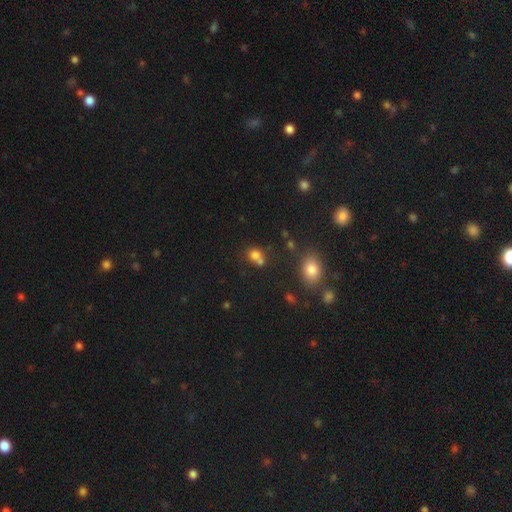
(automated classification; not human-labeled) The model was most divided on "merging": merger: 44%, none: 42%, minor disturbance: 10%, major disturbance: 4%. More confident: smooth or featured — smooth (74%); how rounded — round (67%).